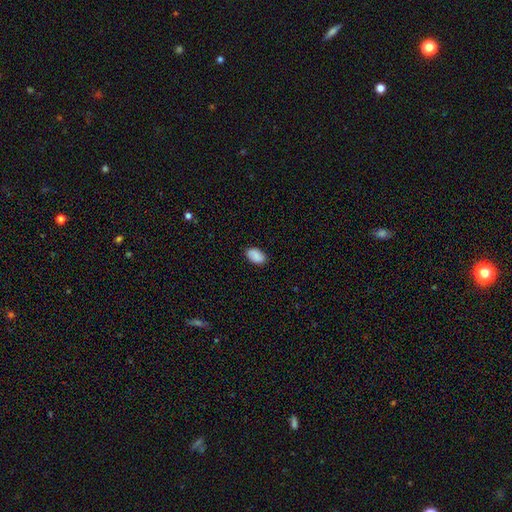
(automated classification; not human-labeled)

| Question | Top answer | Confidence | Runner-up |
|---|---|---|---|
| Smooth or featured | smooth | 87% | star or artifact (7%) |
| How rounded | in between | 92% | round (7%) |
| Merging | none | 85% | minor disturbance (11%) |